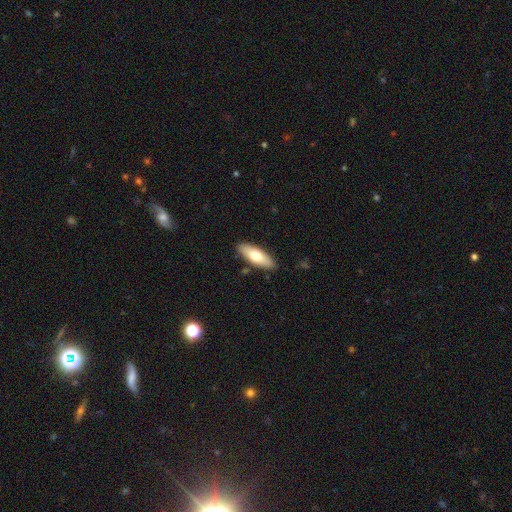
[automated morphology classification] The model was most divided on "how rounded": in between: 66%, cigar-shaped: 32%, round: 2%. More confident: merging — none (87%); smooth or featured — smooth (67%).